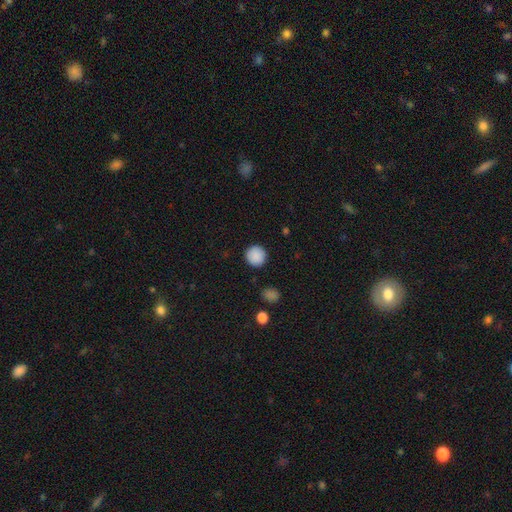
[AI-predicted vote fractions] The model was most divided on "smooth or featured": smooth: 89%, star or artifact: 8%, featured or disk: 3%. More confident: how rounded — round (94%); merging — none (90%).